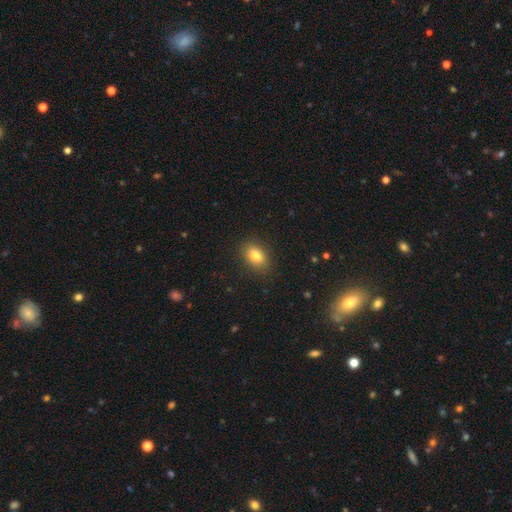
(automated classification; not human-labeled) smooth-or-featured: smooth: 80% | featured or disk: 10% | star or artifact: 9%
  how-rounded: in between: 81% | round: 17% | cigar-shaped: 2%
  merging: none: 87% | minor disturbance: 10% | major disturbance: 3% | merger: 1%